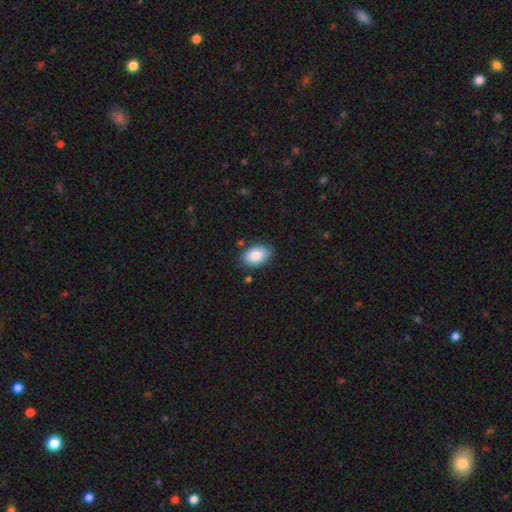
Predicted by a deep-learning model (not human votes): Q: Smooth or featured?
A: smooth (86%); runner-up: featured or disk (7%)
Q: How rounded?
A: in between (88%); runner-up: round (11%)
Q: Merging?
A: none (78%); runner-up: minor disturbance (17%)